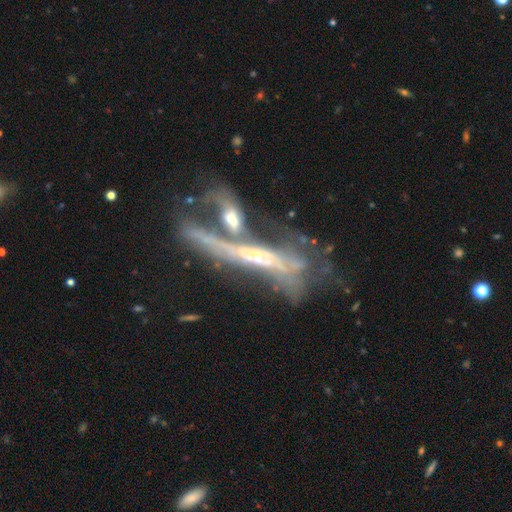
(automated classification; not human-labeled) The model was most divided on "edge-on disk": yes: 56%, no: 44%. More confident: smooth or featured — featured or disk (73%); merging — merger (53%).